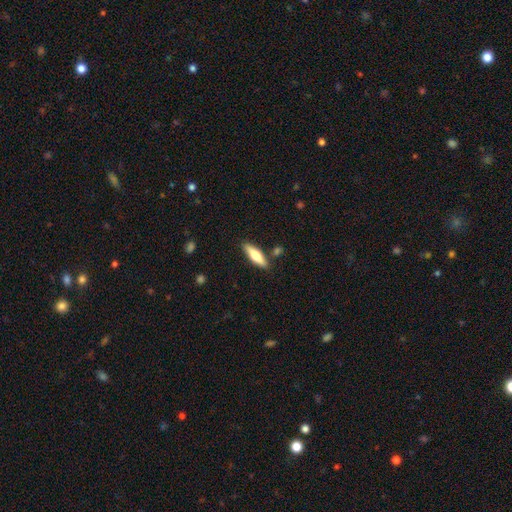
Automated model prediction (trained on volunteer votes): This appears to be a smooth galaxy with no disk features (59%) that is cigar-shaped (61%). Merging: none (84%).